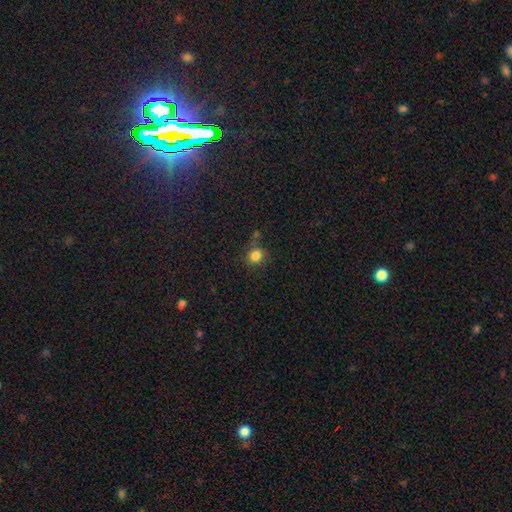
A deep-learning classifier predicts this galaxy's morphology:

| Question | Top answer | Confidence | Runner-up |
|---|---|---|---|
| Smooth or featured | smooth | 83% | star or artifact (12%) |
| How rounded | round | 83% | in between (16%) |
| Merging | none | 75% | minor disturbance (13%) |